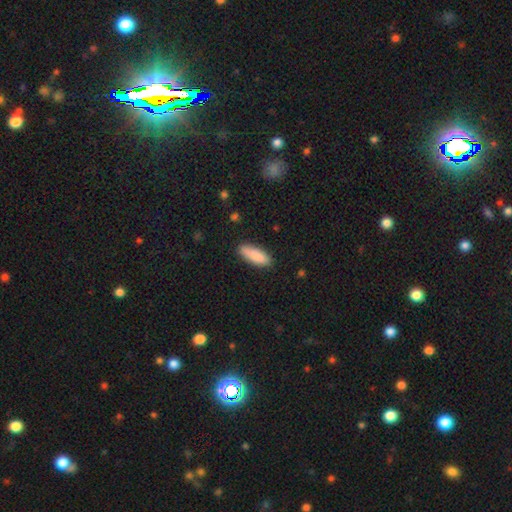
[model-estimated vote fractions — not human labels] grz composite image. It shows a smooth galaxy with no disk features (87%) that is in between round and cigar-shaped (64%). Merging: none (85%).